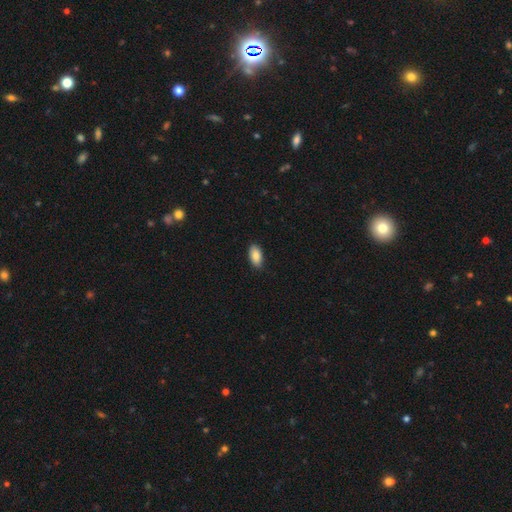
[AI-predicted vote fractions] This appears to be a smooth galaxy with no disk features (87%) that is in between round and cigar-shaped (93%). Merging: none (85%).